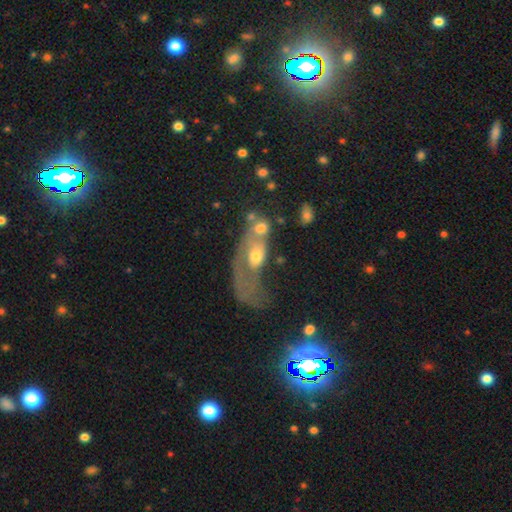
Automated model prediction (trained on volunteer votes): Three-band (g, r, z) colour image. It shows a featured or disk galaxy (49%). Merging: major disturbance (42%).